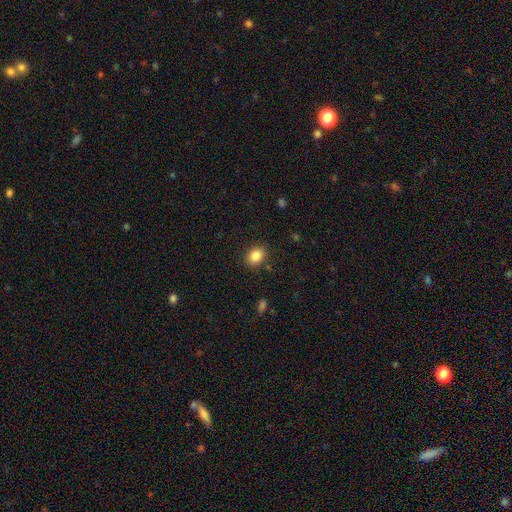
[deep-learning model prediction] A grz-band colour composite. It shows a smooth galaxy with no disk features (85%) that is in between round and cigar-shaped (56%). Merging: none (87%).